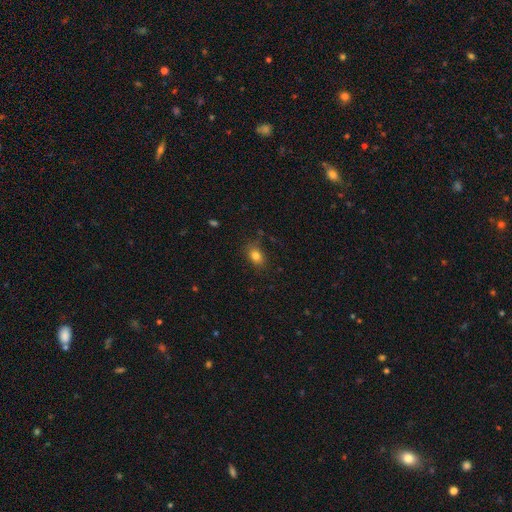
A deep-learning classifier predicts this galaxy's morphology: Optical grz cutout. It shows a smooth galaxy with no disk features (82%) that is in between round and cigar-shaped (69%). Merging: none (79%).